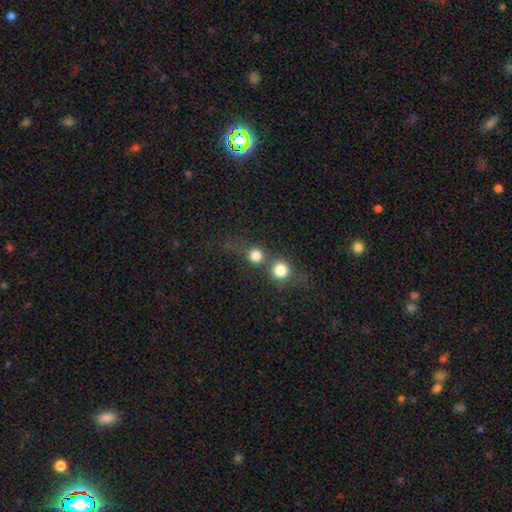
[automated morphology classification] A smooth galaxy with no disk features (79%) that is round (90%). Merging: none (48%).